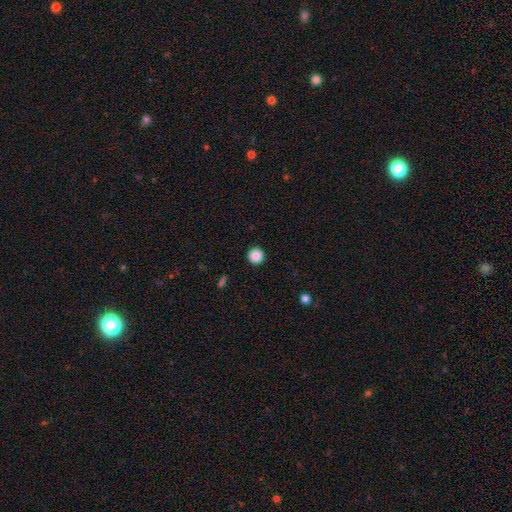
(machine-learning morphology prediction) smooth_or_featured: smooth (p=0.87) [alt: star or artifact p=0.10]
how_rounded: round (p=0.96) [alt: in between p=0.03]
merging: none (p=0.93) [alt: minor disturbance p=0.04]